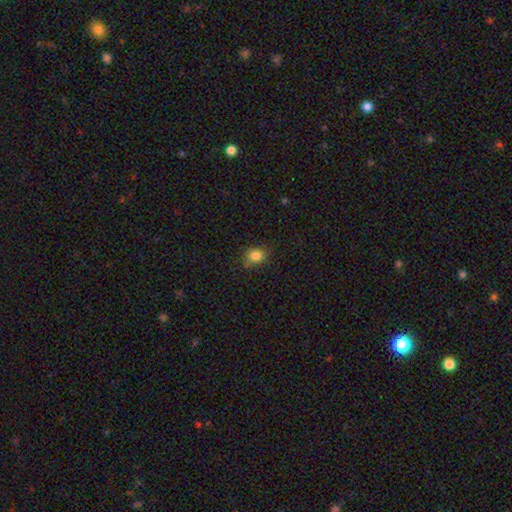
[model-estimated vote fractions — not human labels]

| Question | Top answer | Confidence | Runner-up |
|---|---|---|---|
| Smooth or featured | smooth | 83% | star or artifact (11%) |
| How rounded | round | 61% | in between (38%) |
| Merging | none | 76% | minor disturbance (18%) |